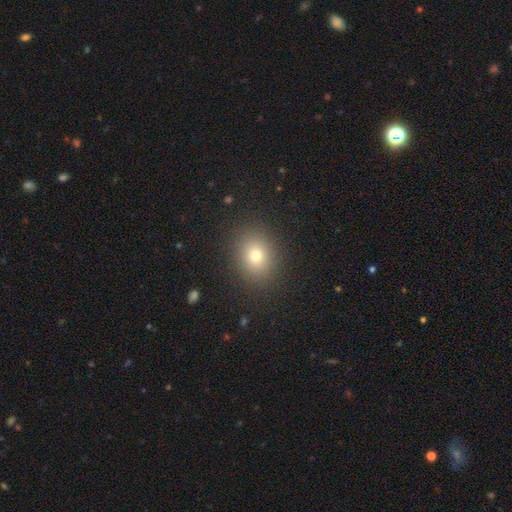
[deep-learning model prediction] This appears to be a smooth galaxy with no disk features (75%) that is round (58%). Merging: none (89%).